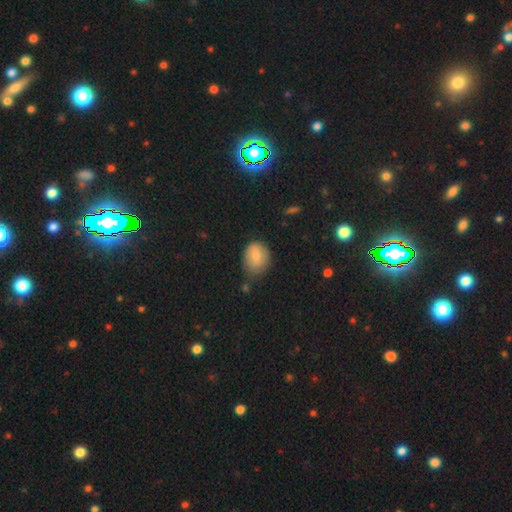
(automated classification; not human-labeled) Q: Smooth or featured?
A: smooth (81%); runner-up: featured or disk (12%)
Q: How rounded?
A: in between (62%); runner-up: round (37%)
Q: Merging?
A: none (61%); runner-up: minor disturbance (30%)